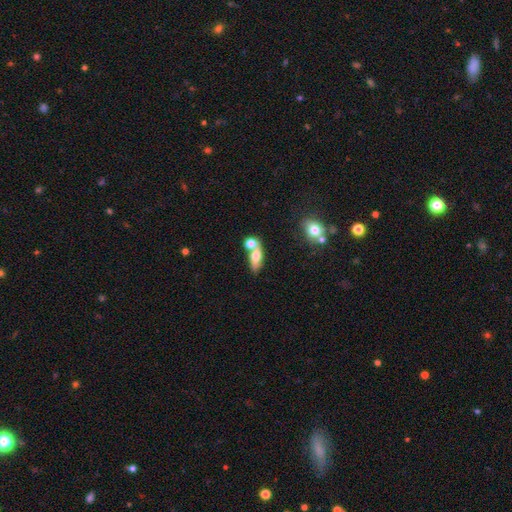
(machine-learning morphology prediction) A smooth galaxy with no disk features (62%) that is in between round and cigar-shaped (63%). Merging: none (45%).